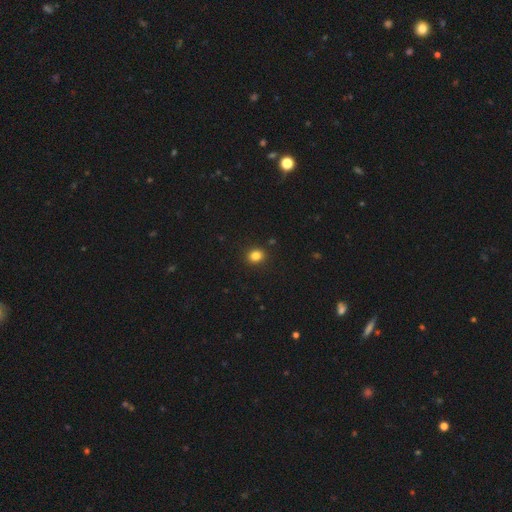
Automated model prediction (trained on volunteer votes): Smooth or featured: smooth — 83% (star or artifact — 12%)
How rounded: round — 70% (in between — 29%)
Merging: none — 91% (minor disturbance — 6%)